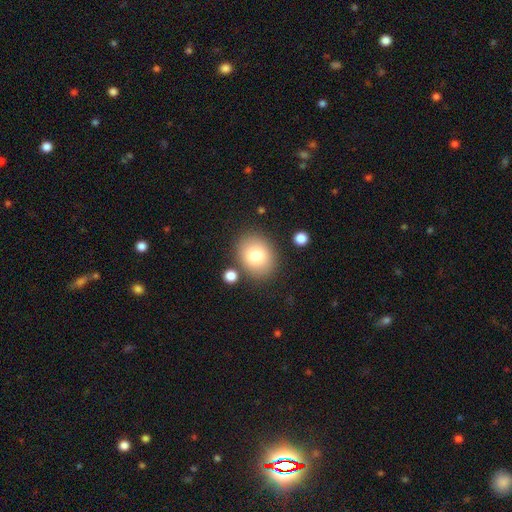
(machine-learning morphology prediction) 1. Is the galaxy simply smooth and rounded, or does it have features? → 80% smooth, 11% featured or disk, 9% star or artifact.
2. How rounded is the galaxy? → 54% round, 45% in between, 1% cigar-shaped.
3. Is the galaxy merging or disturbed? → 81% none, 11% minor disturbance, 5% merger, 3% major disturbance.